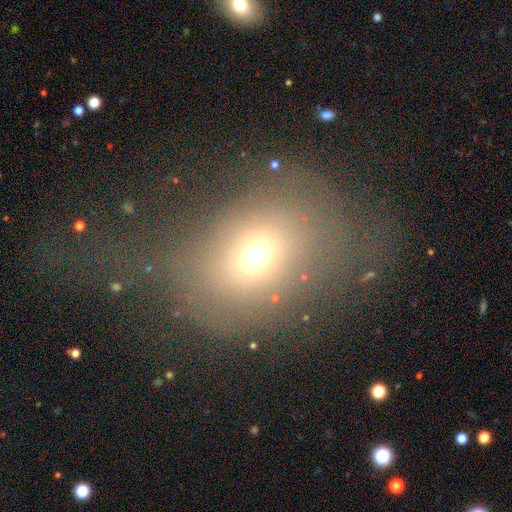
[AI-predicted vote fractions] This is likely a smooth galaxy (65%). How rounded: possibly round (52%). Merging: possibly none (46%).